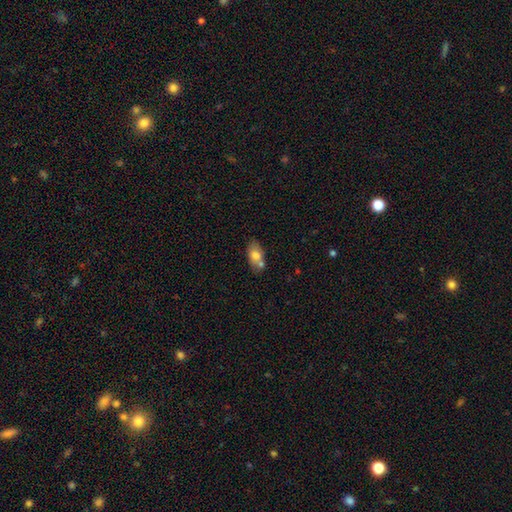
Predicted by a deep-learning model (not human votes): smooth_or_featured: smooth (p=0.74) [alt: featured or disk p=0.18]
how_rounded: in between (p=0.89) [alt: round p=0.06]
merging: none (p=0.57) [alt: merger p=0.23]